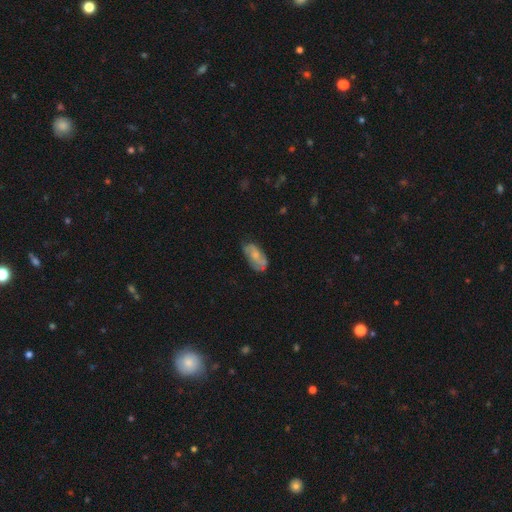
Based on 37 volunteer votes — Smooth or featured: smooth — 51% (featured or disk — 38%)
How rounded: in between — 95% (cigar-shaped — 5%)
Merging: none — 58% (minor disturbance — 36%)